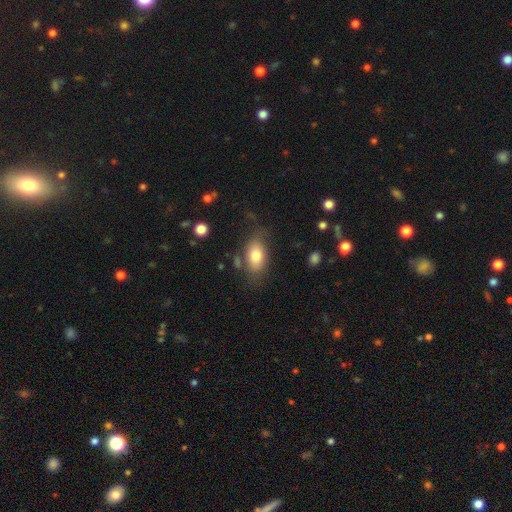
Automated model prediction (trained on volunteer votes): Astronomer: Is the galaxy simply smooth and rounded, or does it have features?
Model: smooth — 77%.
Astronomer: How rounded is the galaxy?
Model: in between — 90%.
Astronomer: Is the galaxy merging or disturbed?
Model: none — 68%.